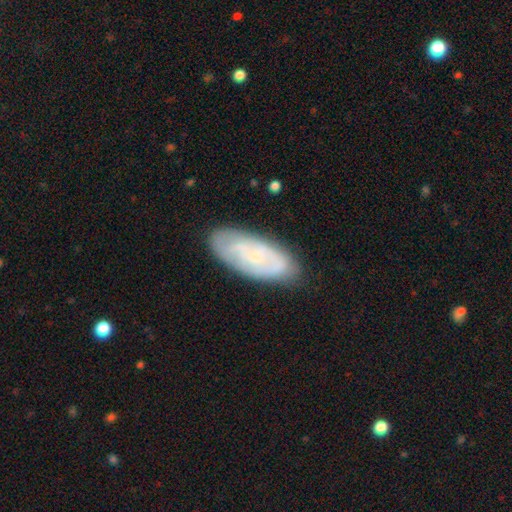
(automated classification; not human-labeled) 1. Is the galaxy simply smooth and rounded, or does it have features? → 56% featured or disk, 37% smooth, 7% star or artifact.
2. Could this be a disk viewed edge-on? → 91% no, 9% yes.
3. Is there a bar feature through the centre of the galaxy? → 70% no, 24% weak, 5% strong.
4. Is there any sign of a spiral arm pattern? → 68% yes, 32% no.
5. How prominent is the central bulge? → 72% small, 16% moderate, 9% none, 2% large, 1% dominant.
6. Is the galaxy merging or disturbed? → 79% none, 16% minor disturbance, 4% major disturbance, 2% merger.